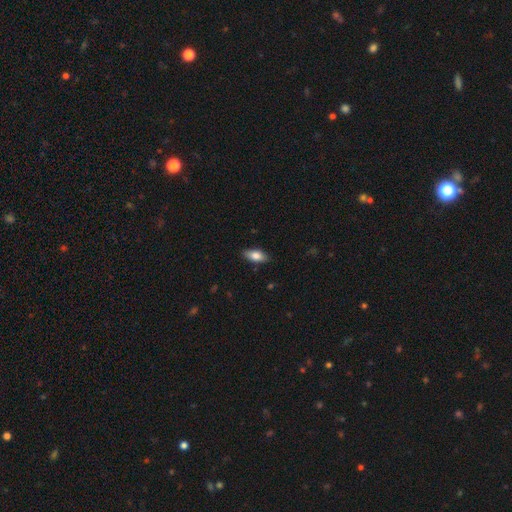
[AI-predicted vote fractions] Morphology: type=smooth (80%); roundness=in between (86%); merging=none (86%).